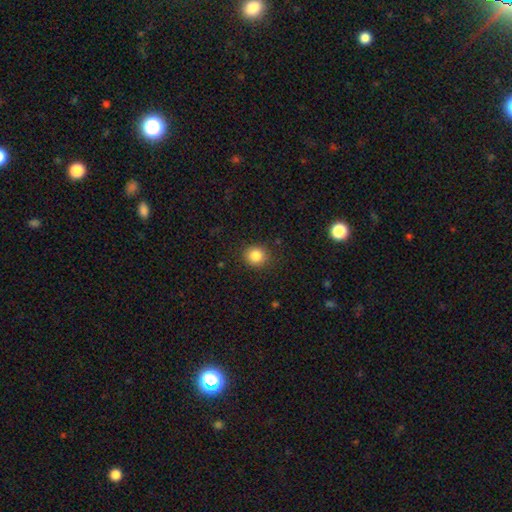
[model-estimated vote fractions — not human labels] This appears to be a smooth galaxy with no disk features (85%) that is round (86%). Merging: none (88%).